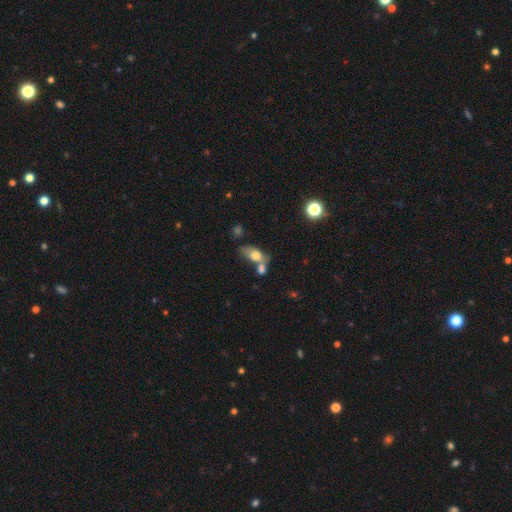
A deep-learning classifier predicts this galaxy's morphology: Smooth or featured? Predicted: smooth (p=0.72). How rounded? Predicted: in between (p=0.84). Merging? Predicted: merger (p=0.48).